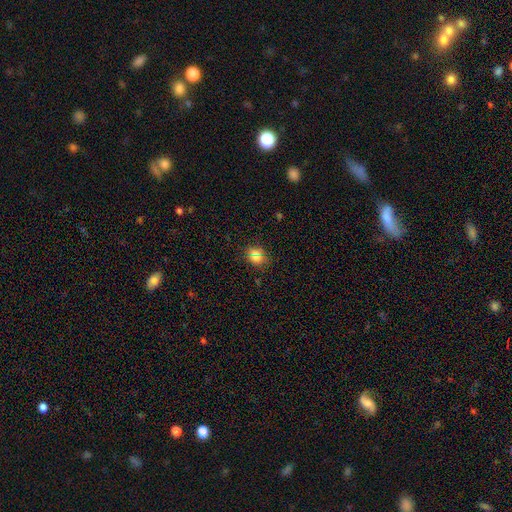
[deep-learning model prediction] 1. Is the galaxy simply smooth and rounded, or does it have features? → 72% smooth, 18% star or artifact, 10% featured or disk.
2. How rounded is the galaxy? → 68% round, 30% in between, 2% cigar-shaped.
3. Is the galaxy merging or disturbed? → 74% none, 12% minor disturbance, 10% merger, 4% major disturbance.